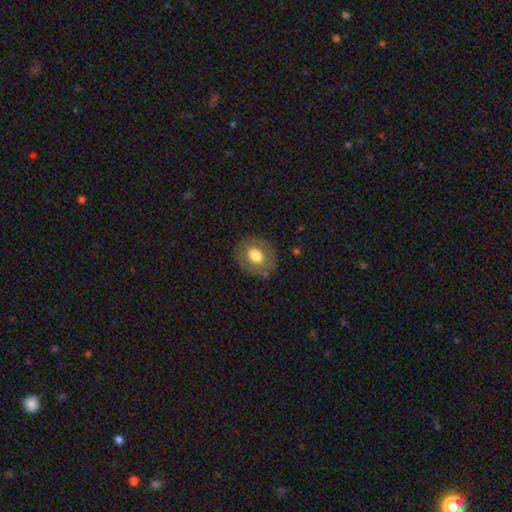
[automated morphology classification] Smooth or featured?
  - smooth: 60% *
  - featured or disk: 32%
  - star or artifact: 7%
How rounded?
  - round: 68% *
  - in between: 31%
  - cigar-shaped: 1%
Merging?
  - none: 81% *
  - minor disturbance: 13%
  - major disturbance: 5%
  - merger: 1%